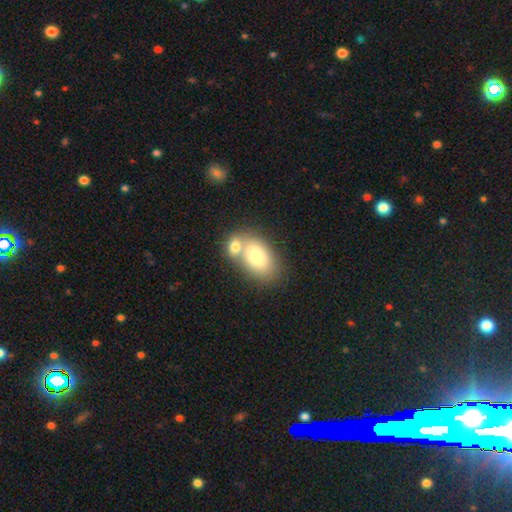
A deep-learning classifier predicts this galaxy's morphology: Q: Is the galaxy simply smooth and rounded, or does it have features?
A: smooth — 74%.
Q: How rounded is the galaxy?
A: in between — 88%.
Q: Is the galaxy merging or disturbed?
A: merger — 45%.